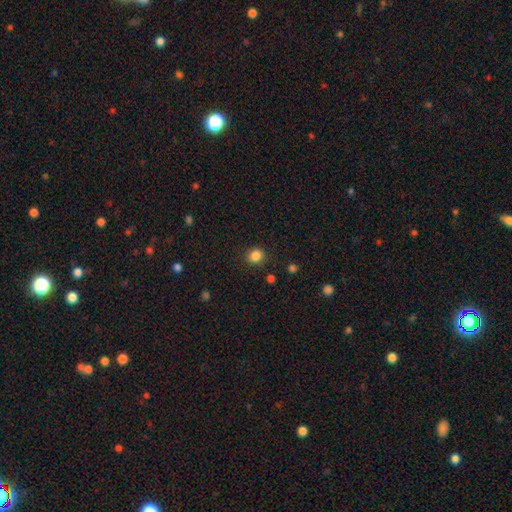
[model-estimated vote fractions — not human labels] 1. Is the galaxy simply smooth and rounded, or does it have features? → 85% smooth, 11% star or artifact, 4% featured or disk.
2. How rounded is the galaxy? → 84% round, 16% in between, 1% cigar-shaped.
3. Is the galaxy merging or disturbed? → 88% none, 8% minor disturbance, 3% major disturbance, 2% merger.